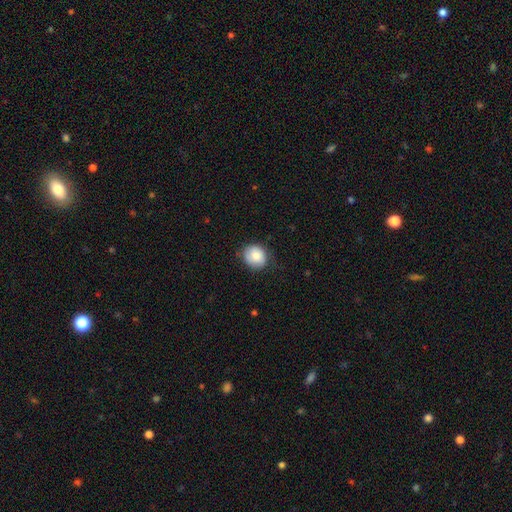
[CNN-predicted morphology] Smooth or featured? Predicted: smooth (p=0.80). How rounded? Predicted: round (p=0.74). Merging? Predicted: none (p=0.67).